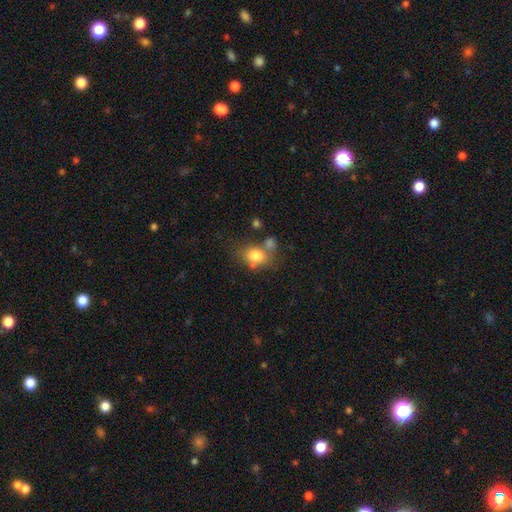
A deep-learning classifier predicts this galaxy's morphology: Overall: smooth (78%). How rounded: round (50%; in between 49%). Merging: none (48%; merger 25%).